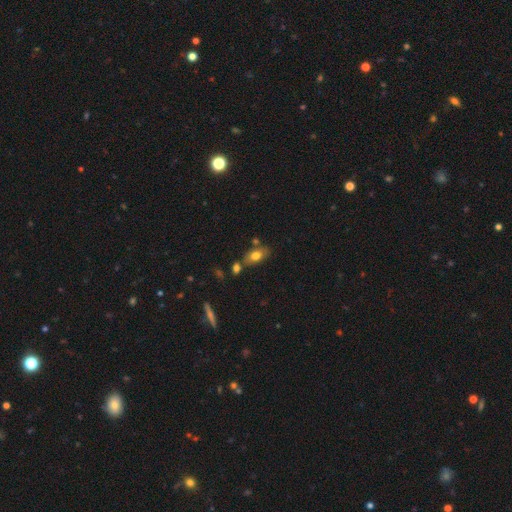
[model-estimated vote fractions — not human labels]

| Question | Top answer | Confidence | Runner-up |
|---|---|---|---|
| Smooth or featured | smooth | 72% | featured or disk (19%) |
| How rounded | in between | 87% | round (9%) |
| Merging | none | 64% | merger (17%) |